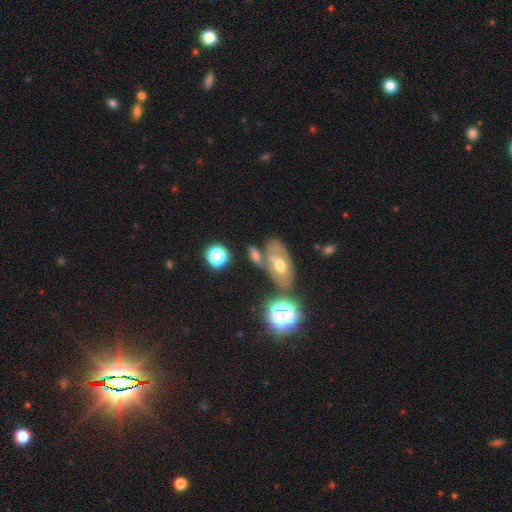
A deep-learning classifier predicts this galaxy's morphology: This appears to be a smooth galaxy with no disk features (47%). Merging: none (51%).